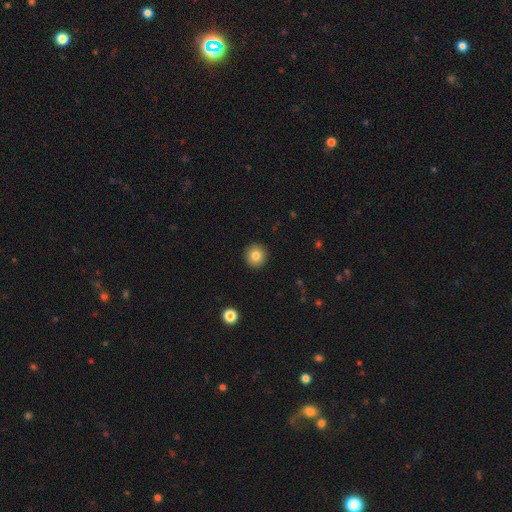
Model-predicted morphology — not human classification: smooth-or-featured: smooth: 82% | star or artifact: 10% | featured or disk: 9%
  how-rounded: round: 94% | in between: 5% | cigar-shaped: 1%
  merging: none: 93% | minor disturbance: 5% | major disturbance: 2% | merger: 1%